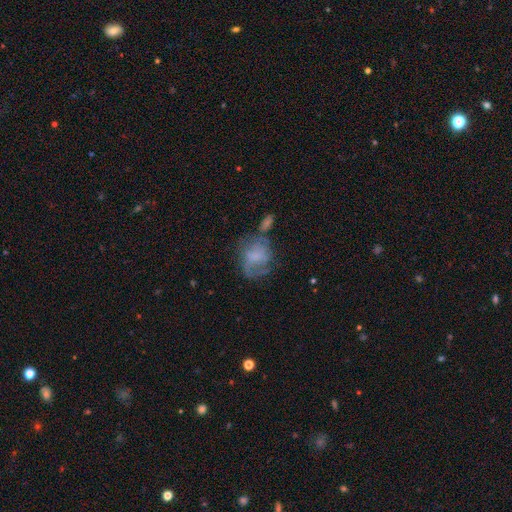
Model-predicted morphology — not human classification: A featured or disk galaxy (51%). Merging: none (37%).